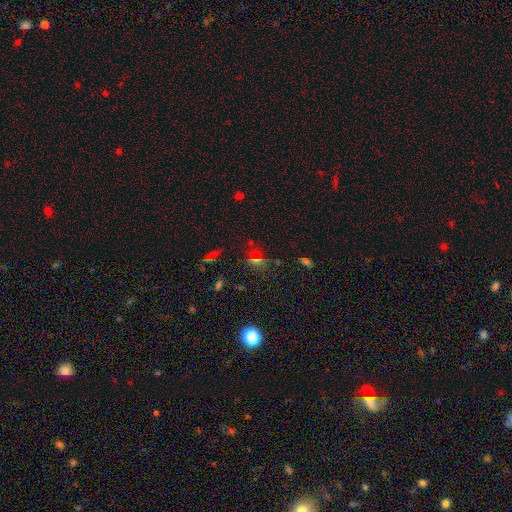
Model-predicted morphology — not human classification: Smooth or featured?
  - star or artifact: 52% *
  - smooth: 37%
  - featured or disk: 11%